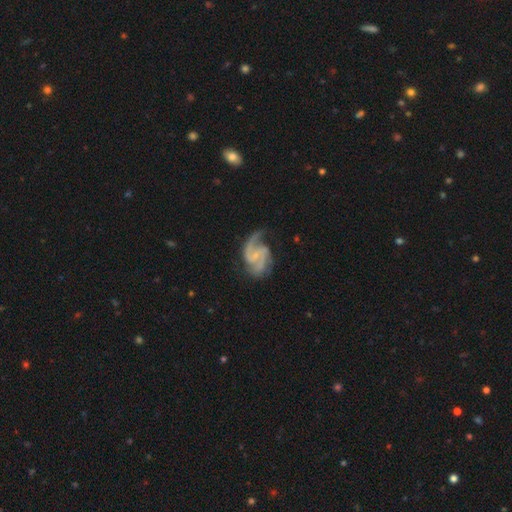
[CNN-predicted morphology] Smooth or featured?
  - featured or disk: 91% *
  - smooth: 5%
  - star or artifact: 5%
Edge-on disk?
  - no: 98% *
  - yes: 2%
Bar?
  - weak: 45% *
  - no: 41%
  - strong: 14%
Spiral arms?
  - yes: 98% *
  - no: 2%
Spiral winding?
  - medium: 57% *
  - loose: 23%
  - tight: 20%
Spiral arm count?
  - 2: 72% *
  - 3: 16%
  - can't tell: 4%
  - 1: 3%
  - 4: 3%
  - more than 4: 2%
Bulge size?
  - small: 64% *
  - none: 23%
  - moderate: 11%
  - large: 1%
  - dominant: 1%
Merging?
  - none: 65% *
  - minor disturbance: 21%
  - major disturbance: 13%
  - merger: 2%